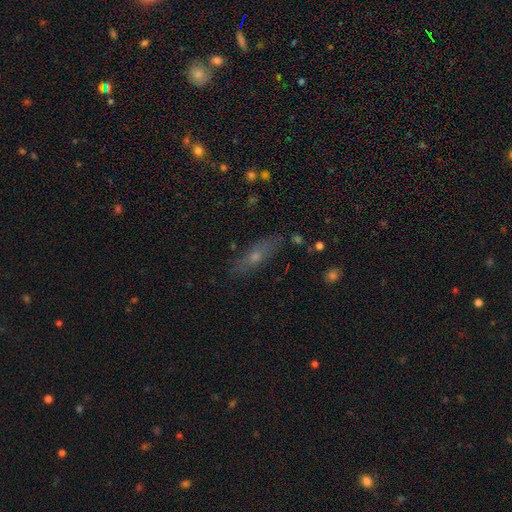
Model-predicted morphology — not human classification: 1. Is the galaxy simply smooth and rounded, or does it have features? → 49% smooth, 39% featured or disk, 13% star or artifact.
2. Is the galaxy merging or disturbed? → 82% none, 12% minor disturbance, 3% major disturbance, 2% merger.